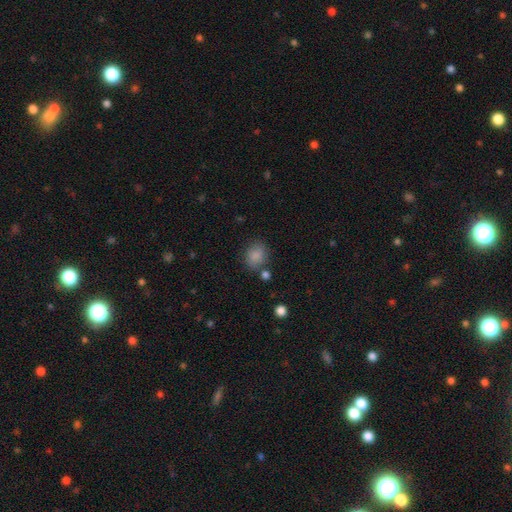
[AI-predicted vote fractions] The model was most divided on "how rounded": round: 62%, in between: 37%, cigar-shaped: 1%. More confident: smooth or featured — smooth (85%); merging — none (74%).